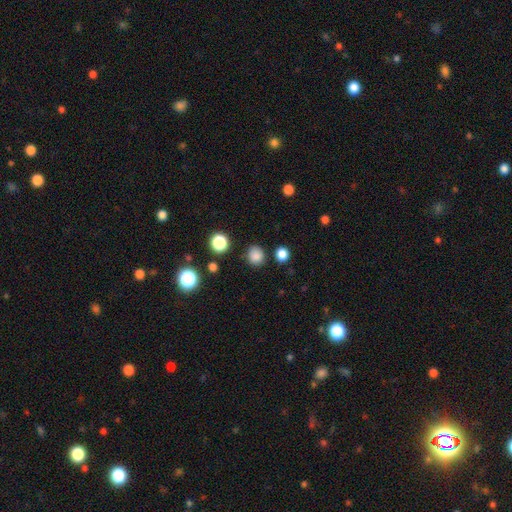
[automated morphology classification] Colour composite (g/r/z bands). It shows a smooth galaxy with no disk features (83%) that is round (84%). Merging: none (84%).